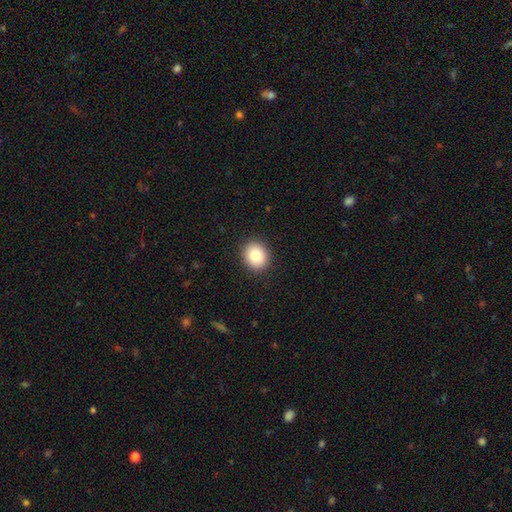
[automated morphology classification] Smooth or featured? Predicted: smooth (p=0.83). How rounded? Predicted: round (p=0.78). Merging? Predicted: none (p=0.92).